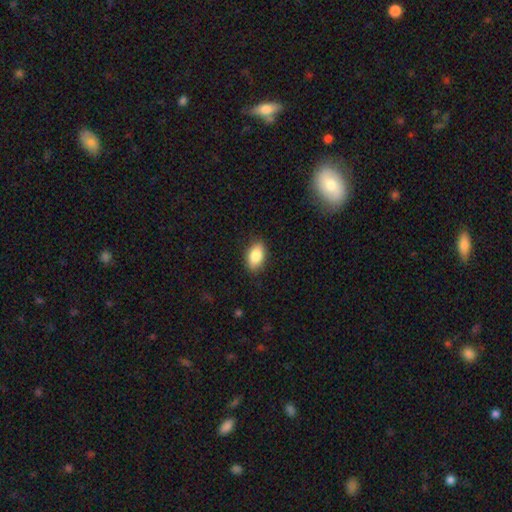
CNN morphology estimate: Overall: smooth (86%). How rounded: in between (92%). Merging: none (87%).